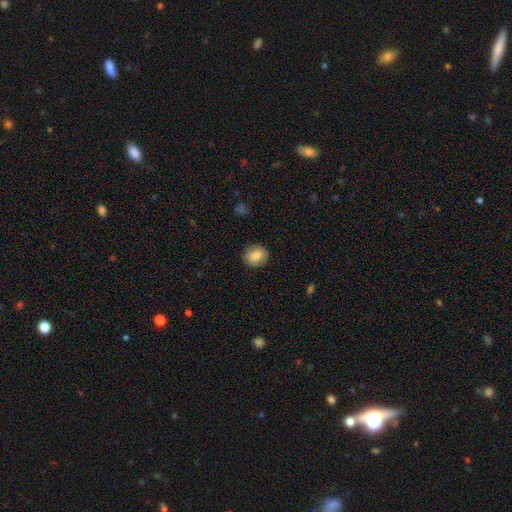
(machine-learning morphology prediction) A smooth galaxy with no disk features (83%) that is round (64%).

Vote fractions:
- Smooth or featured? smooth: 83% / featured or disk: 9% / star or artifact: 8%
- How rounded? round: 64% / in between: 35% / cigar-shaped: 1%
- Merging? none: 88% / minor disturbance: 9% / major disturbance: 2% / merger: 1%